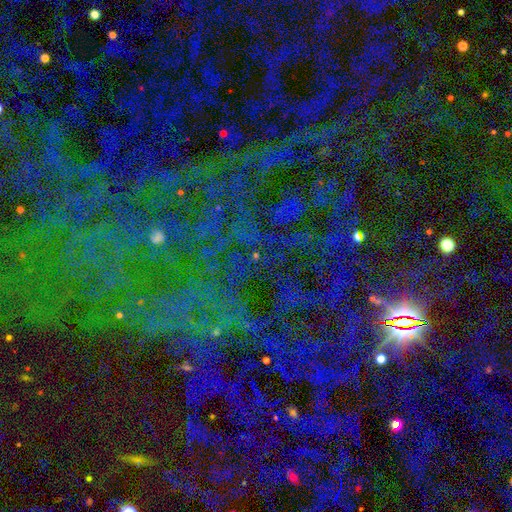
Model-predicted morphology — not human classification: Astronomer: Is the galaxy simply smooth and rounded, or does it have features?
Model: star or artifact — 79%.